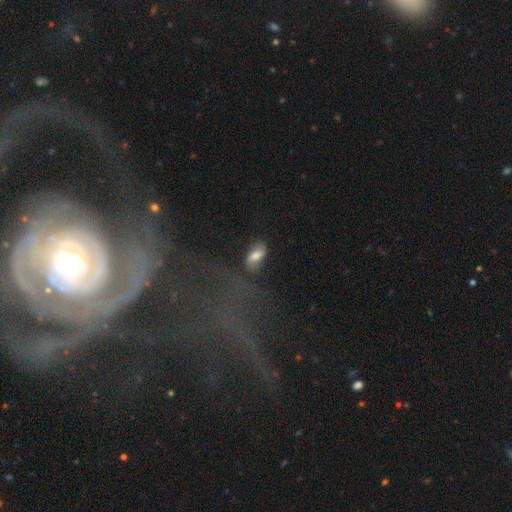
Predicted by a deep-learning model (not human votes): Smooth or featured?
  - smooth: 59% *
  - featured or disk: 32%
  - star or artifact: 9%
How rounded?
  - in between: 88% *
  - cigar-shaped: 7%
  - round: 5%
Merging?
  - none: 67% *
  - minor disturbance: 21%
  - major disturbance: 9%
  - merger: 4%